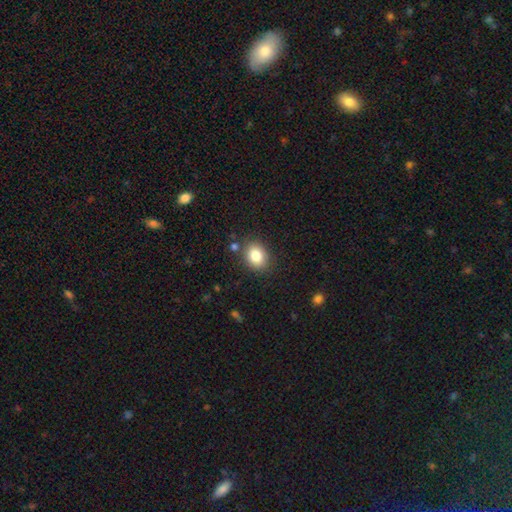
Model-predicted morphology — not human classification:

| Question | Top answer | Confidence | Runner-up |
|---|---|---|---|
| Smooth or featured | smooth | 83% | star or artifact (9%) |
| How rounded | in between | 55% | round (44%) |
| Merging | none | 82% | minor disturbance (11%) |